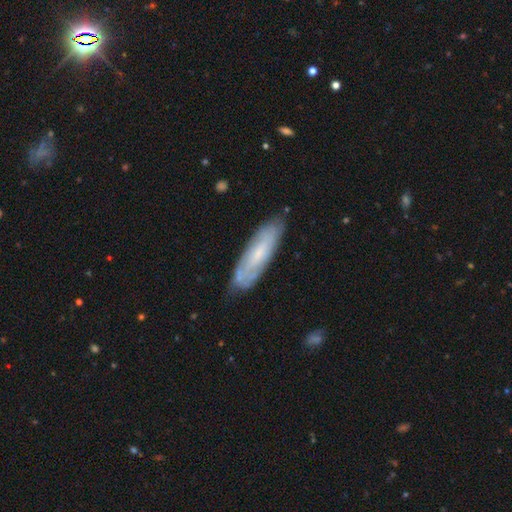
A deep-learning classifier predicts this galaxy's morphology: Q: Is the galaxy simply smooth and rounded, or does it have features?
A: featured or disk — 47%.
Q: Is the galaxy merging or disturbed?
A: none — 80%.